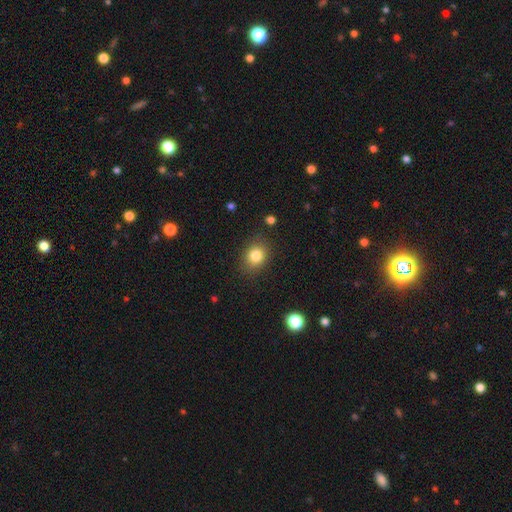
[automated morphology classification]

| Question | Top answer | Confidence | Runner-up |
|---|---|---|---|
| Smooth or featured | smooth | 82% | star or artifact (11%) |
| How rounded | round | 53% | in between (46%) |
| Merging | none | 83% | minor disturbance (12%) |